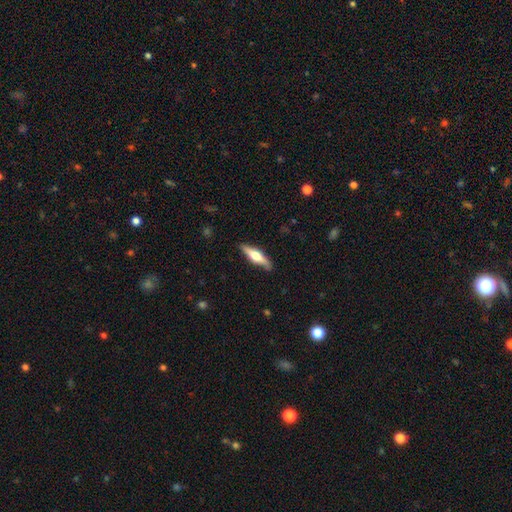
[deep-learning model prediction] Smooth or featured? Predicted: featured or disk (p=0.56). Edge-on disk? Predicted: yes (p=0.94). Edge-on bulge? Predicted: rounded (p=0.92). Merging? Predicted: none (p=0.86).